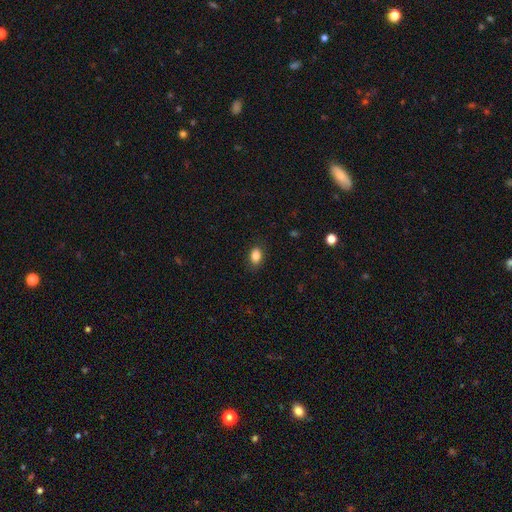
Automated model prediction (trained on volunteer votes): A smooth galaxy with no disk features (86%) that is in between round and cigar-shaped (82%). Merging: none (85%).